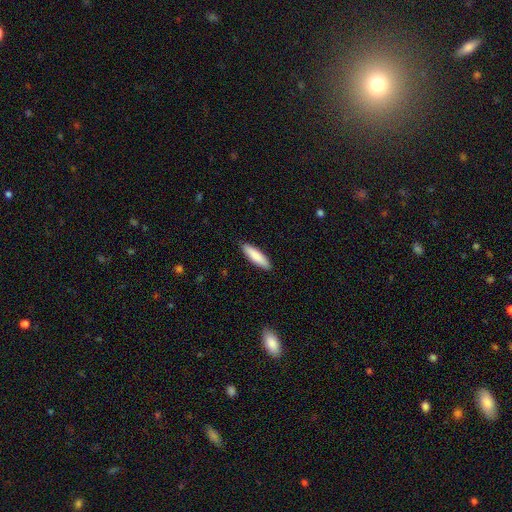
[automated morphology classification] smooth-or-featured: smooth: 85% | featured or disk: 10% | star or artifact: 5%
  how-rounded: cigar-shaped: 65% | in between: 34% | round: 1%
  merging: none: 90% | minor disturbance: 8% | major disturbance: 2% | merger: 1%